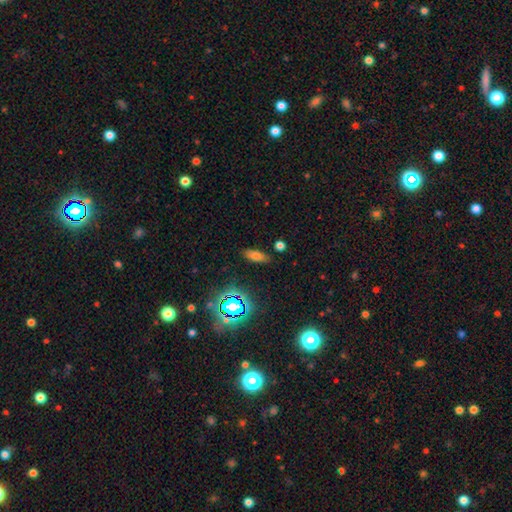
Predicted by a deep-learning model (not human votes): This appears to be a smooth galaxy with no disk features (61%) that is in between round and cigar-shaped (64%). Merging: none (85%).